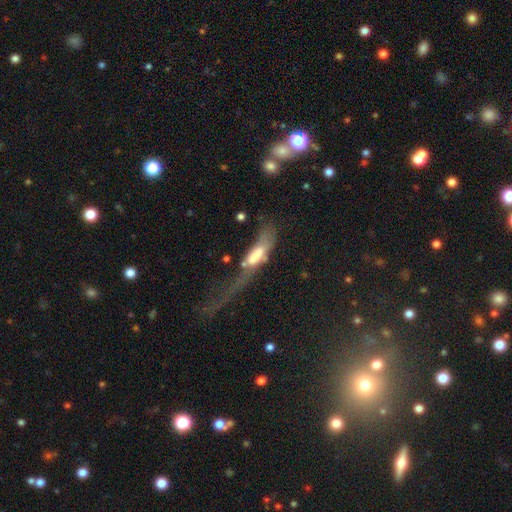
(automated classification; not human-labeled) Smooth or featured?
  - smooth: 58% *
  - featured or disk: 34%
  - star or artifact: 9%
How rounded?
  - in between: 54% *
  - cigar-shaped: 43%
  - round: 3%
Merging?
  - major disturbance: 59% *
  - merger: 15%
  - minor disturbance: 13%
  - none: 13%